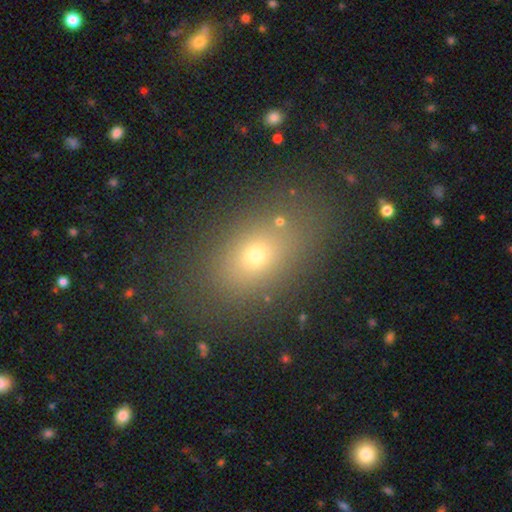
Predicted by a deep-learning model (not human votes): The model was most divided on "smooth or featured": smooth: 66%, star or artifact: 20%, featured or disk: 14%. More confident: merging — none (83%); how rounded — in between (73%).